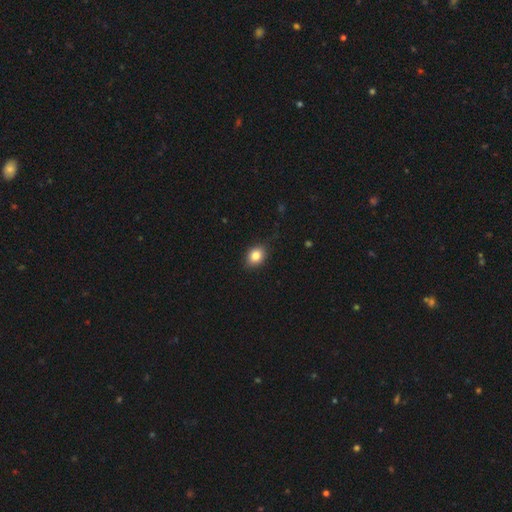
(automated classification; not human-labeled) Overall: smooth (83%). How rounded: in between (53%; round 46%). Merging: none (84%).